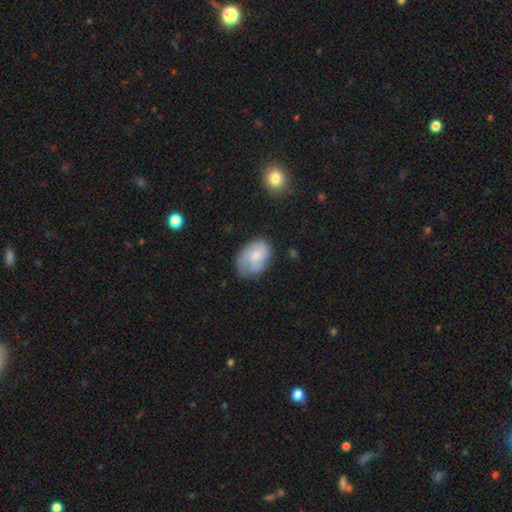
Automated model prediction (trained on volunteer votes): Smooth or featured? Predicted: smooth (p=0.61). How rounded? Predicted: in between (p=0.80). Merging? Predicted: none (p=0.50).